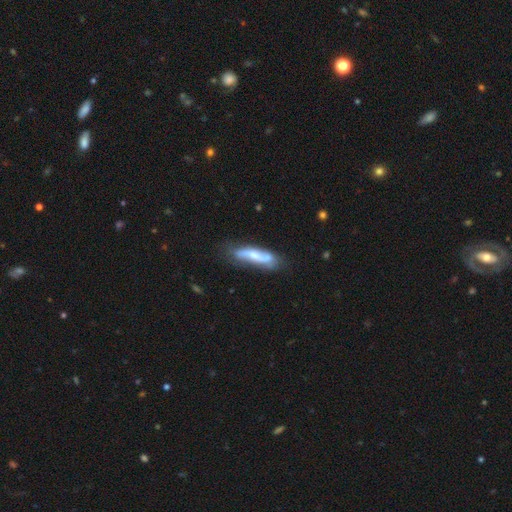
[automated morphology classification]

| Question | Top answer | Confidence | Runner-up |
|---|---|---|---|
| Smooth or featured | featured or disk | 59% | smooth (34%) |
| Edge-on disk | no | 73% | yes (27%) |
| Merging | none | 64% | minor disturbance (23%) |